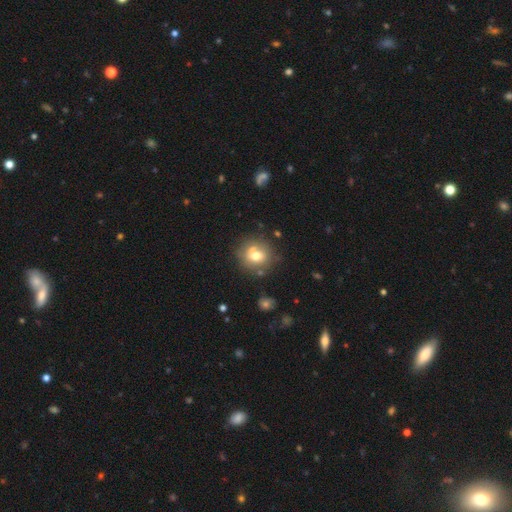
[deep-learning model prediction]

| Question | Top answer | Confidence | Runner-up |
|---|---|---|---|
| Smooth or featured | smooth | 69% | featured or disk (19%) |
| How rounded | round | 84% | in between (15%) |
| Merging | none | 69% | minor disturbance (16%) |